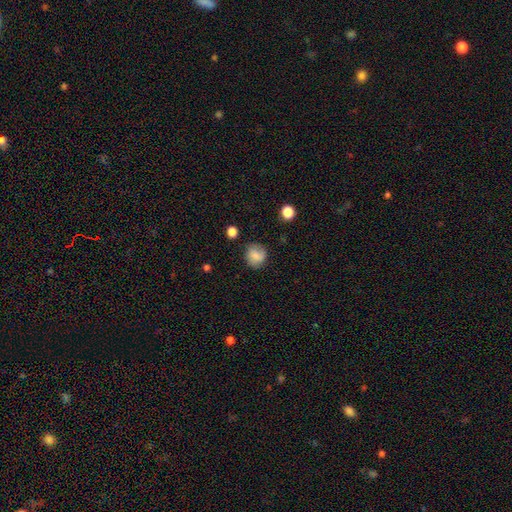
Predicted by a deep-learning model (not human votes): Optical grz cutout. It shows a smooth galaxy with no disk features (77%) that is round (84%). Merging: none (77%).